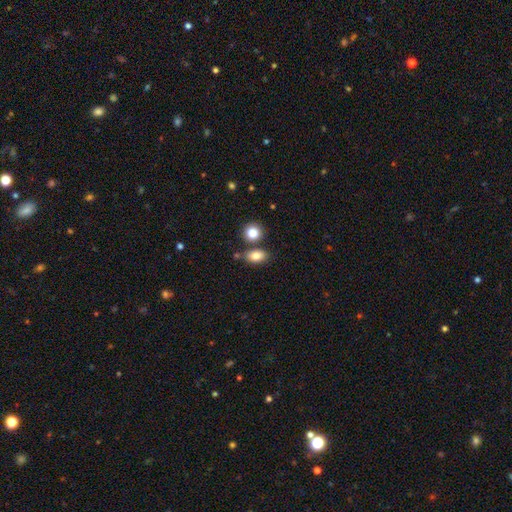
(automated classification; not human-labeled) A smooth galaxy with no disk features (82%) that is in between round and cigar-shaped (78%).

Vote fractions:
- Smooth or featured? smooth: 82% / star or artifact: 9% / featured or disk: 9%
- How rounded? in between: 78% / round: 20% / cigar-shaped: 2%
- Merging? none: 68% / merger: 18% / minor disturbance: 11% / major disturbance: 3%